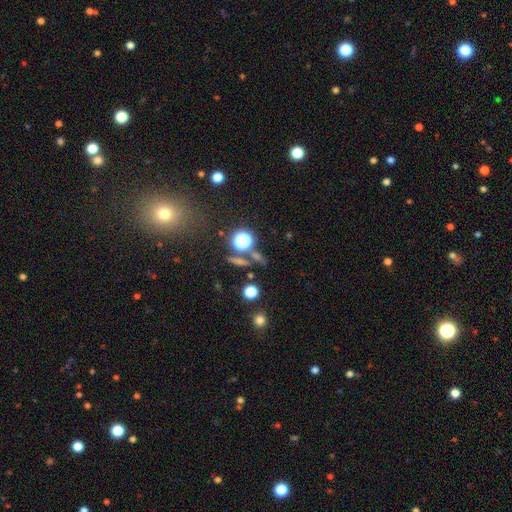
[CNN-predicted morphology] type=star or artifact (43%).